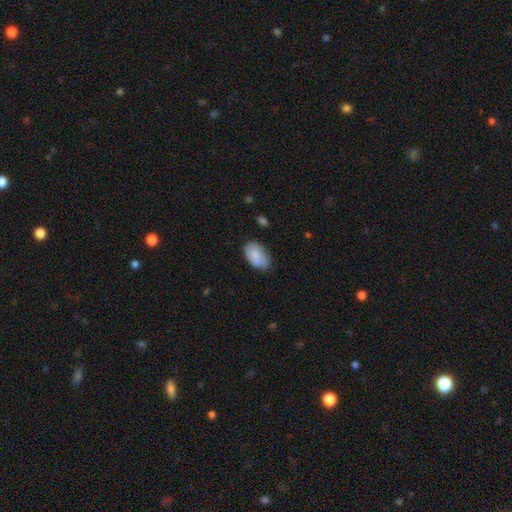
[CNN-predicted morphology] Overall: smooth (84%). How rounded: in between (94%). Merging: none (70%).